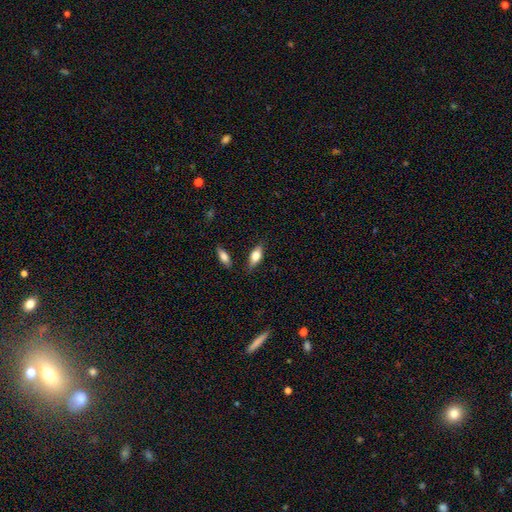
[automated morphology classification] smooth_or_featured: smooth (p=0.71) [alt: featured or disk p=0.22]
how_rounded: in between (p=0.78) [alt: cigar-shaped p=0.19]
merging: none (p=0.79) [alt: minor disturbance p=0.13]